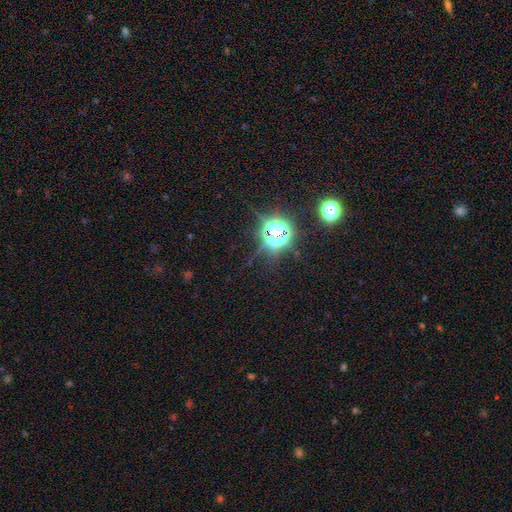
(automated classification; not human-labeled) This is clearly a star or artifact rather than a galaxy (81%).